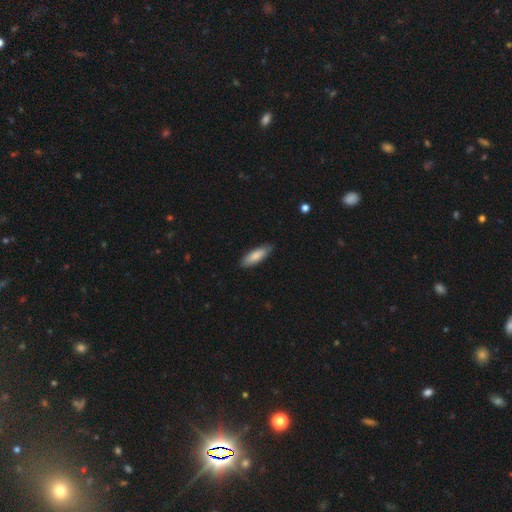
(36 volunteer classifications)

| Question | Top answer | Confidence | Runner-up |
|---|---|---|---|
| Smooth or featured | smooth | 81% | featured or disk (19%) |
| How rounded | cigar-shaped | 55% | in between (41%) |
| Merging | none | 75% | minor disturbance (17%) |